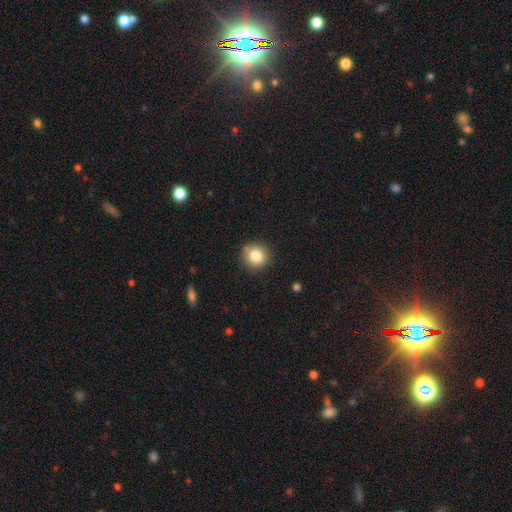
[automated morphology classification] Smooth or featured? smooth (82%)
How rounded? round (90%)
Merging? none (85%)